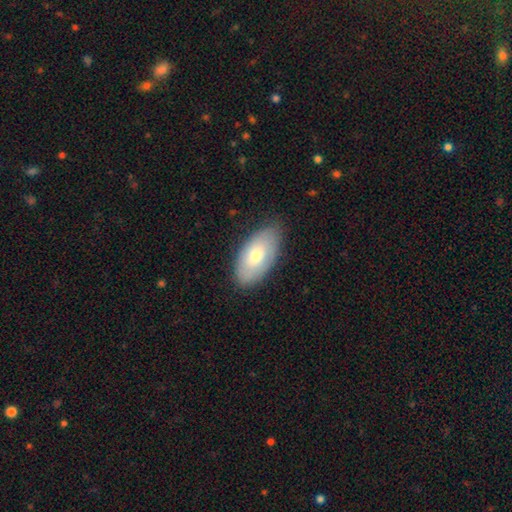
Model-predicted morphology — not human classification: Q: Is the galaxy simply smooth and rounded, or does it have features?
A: smooth — 69%.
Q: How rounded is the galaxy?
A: in between — 94%.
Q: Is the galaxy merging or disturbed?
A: none — 79%.